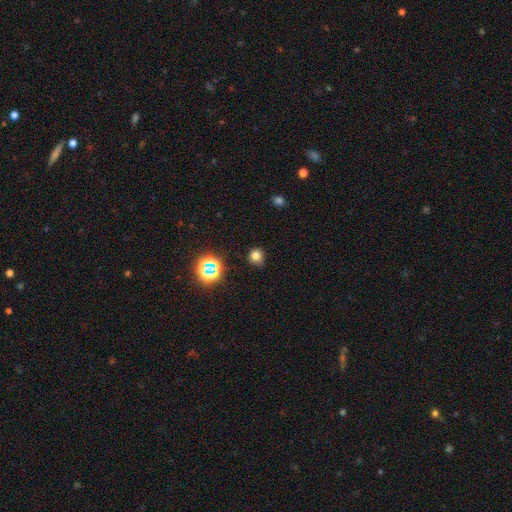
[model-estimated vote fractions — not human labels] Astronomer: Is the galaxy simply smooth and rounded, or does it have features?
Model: smooth — 74%.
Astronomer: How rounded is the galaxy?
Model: round — 88%.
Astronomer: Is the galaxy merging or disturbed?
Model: none — 85%.